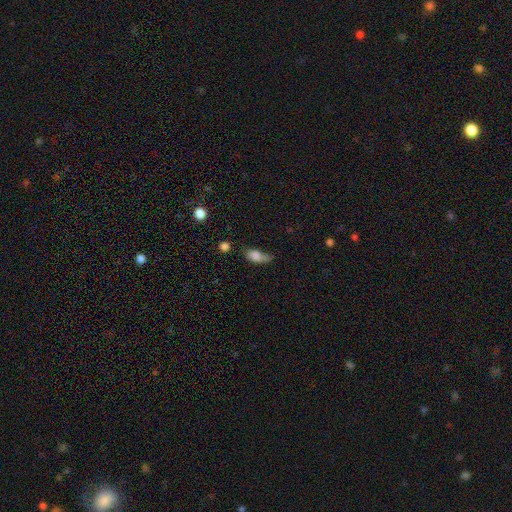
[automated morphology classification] This is likely a smooth galaxy (77%). How rounded: clearly in between (80%). Merging: marginally minor disturbance (39%).